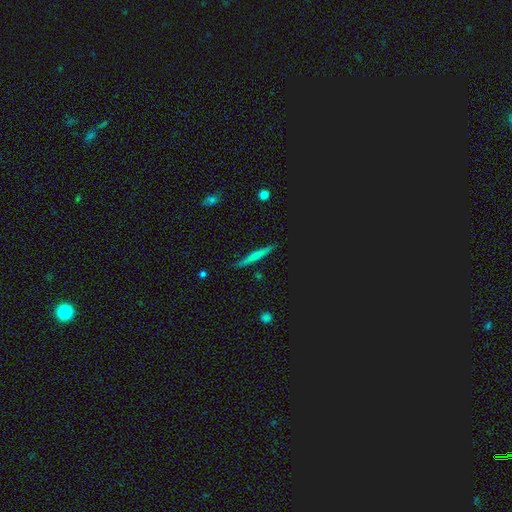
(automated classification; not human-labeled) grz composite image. It shows a smooth galaxy with no disk features (52%) that is cigar-shaped (93%). Merging: none (88%).